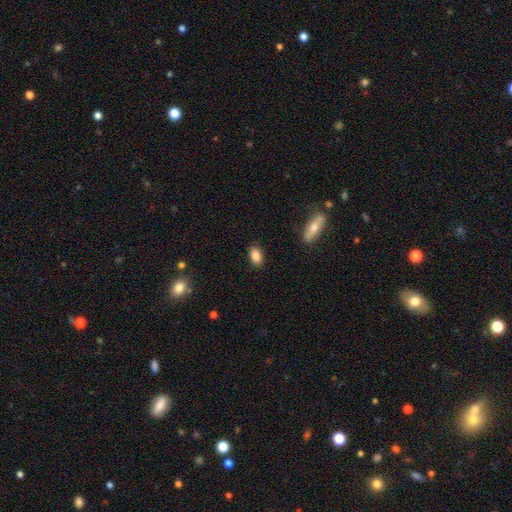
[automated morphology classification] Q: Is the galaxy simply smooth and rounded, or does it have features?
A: smooth — 87%.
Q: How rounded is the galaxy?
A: in between — 89%.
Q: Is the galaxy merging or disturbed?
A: none — 87%.